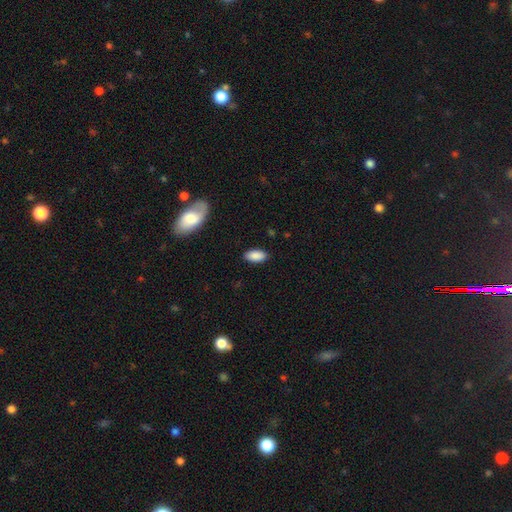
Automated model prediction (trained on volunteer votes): Smooth or featured?
  - smooth: 89% *
  - star or artifact: 7%
  - featured or disk: 4%
How rounded?
  - in between: 93% *
  - cigar-shaped: 5%
  - round: 2%
Merging?
  - none: 87% *
  - minor disturbance: 9%
  - major disturbance: 2%
  - merger: 1%